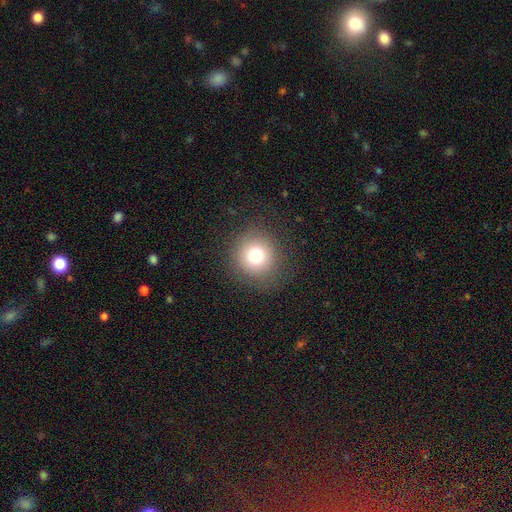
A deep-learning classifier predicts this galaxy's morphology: This is likely a smooth galaxy (75%). How rounded: clearly round (90%). Merging: clearly none (86%).